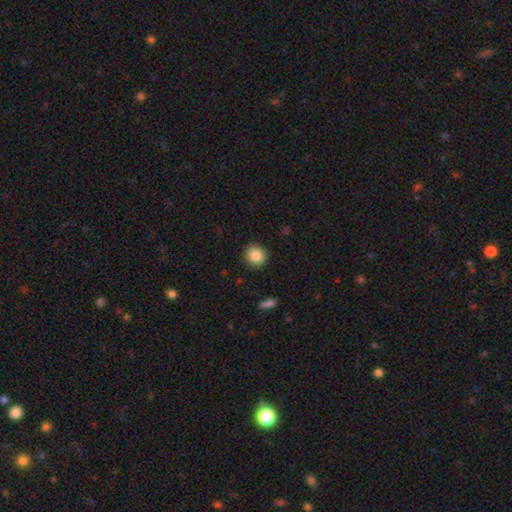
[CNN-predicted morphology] This is clearly a smooth galaxy (85%). How rounded: clearly round (89%). Merging: clearly none (91%).